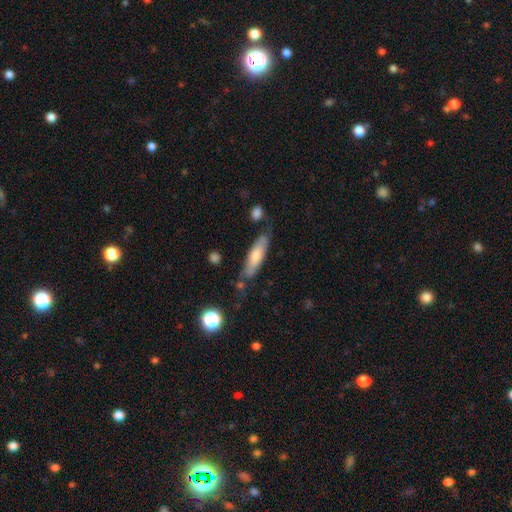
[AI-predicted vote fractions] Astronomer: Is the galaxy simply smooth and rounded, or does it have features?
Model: smooth — 59% (runner-up: featured or disk, 34%).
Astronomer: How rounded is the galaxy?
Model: cigar-shaped — 68%.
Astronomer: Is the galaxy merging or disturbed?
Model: none — 65%.